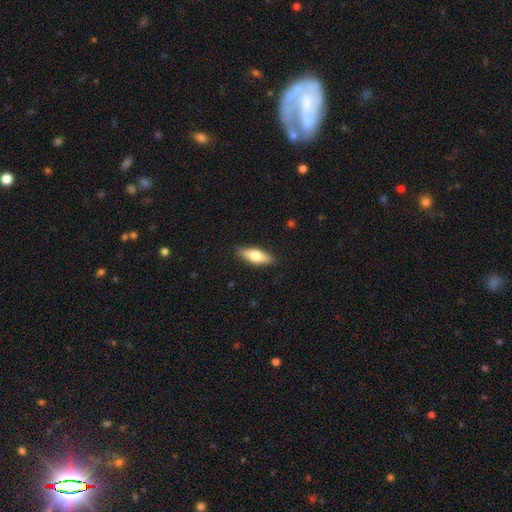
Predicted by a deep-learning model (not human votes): smooth-or-featured: smooth: 63% | featured or disk: 31% | star or artifact: 6%
  how-rounded: in between: 63% | cigar-shaped: 35% | round: 3%
  merging: none: 87% | minor disturbance: 10% | major disturbance: 2% | merger: 1%